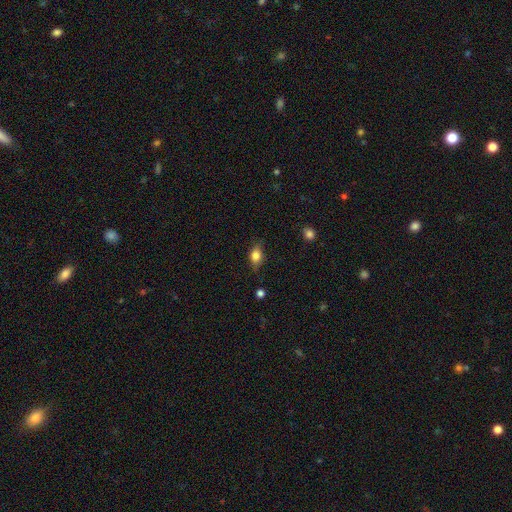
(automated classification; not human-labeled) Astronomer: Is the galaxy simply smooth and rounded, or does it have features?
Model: smooth — 76%.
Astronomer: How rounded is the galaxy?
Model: in between — 73%.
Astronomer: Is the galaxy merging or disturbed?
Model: none — 75%.